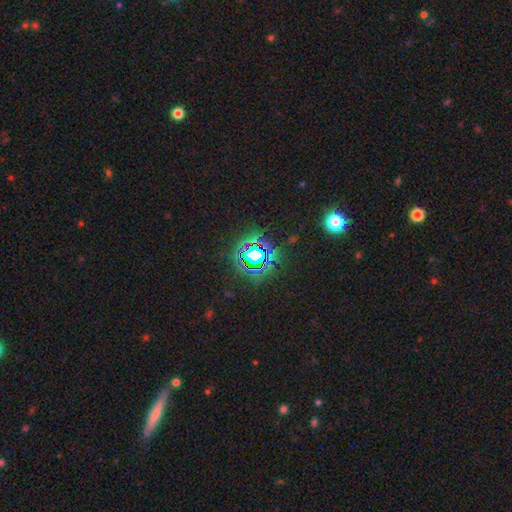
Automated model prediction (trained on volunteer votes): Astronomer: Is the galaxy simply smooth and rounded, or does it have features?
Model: star or artifact — 74%.